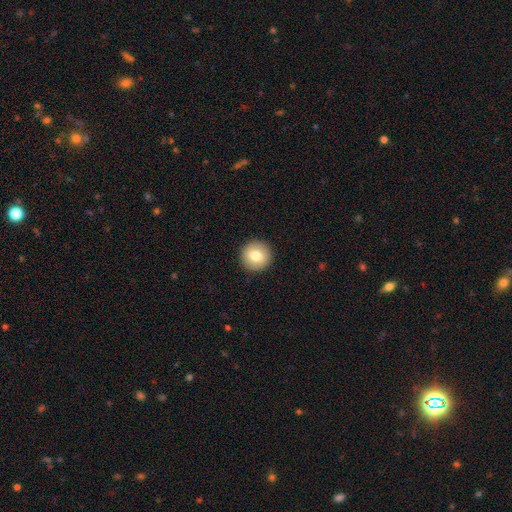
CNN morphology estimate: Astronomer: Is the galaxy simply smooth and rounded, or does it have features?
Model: smooth — 77%.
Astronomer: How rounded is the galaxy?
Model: round — 95%.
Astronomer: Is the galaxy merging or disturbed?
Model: none — 92%.